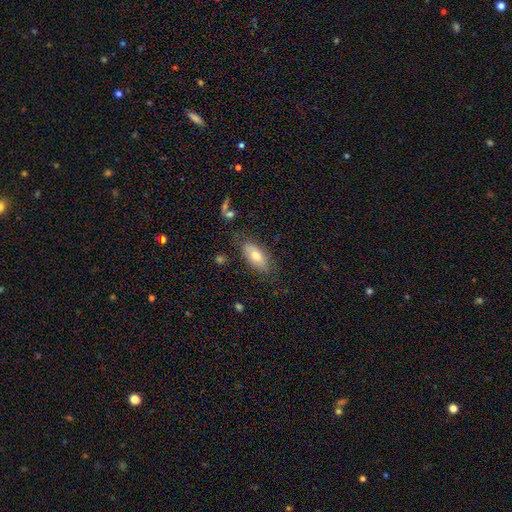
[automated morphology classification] Overall: smooth (71%). How rounded: in between (86%). Merging: none (77%).